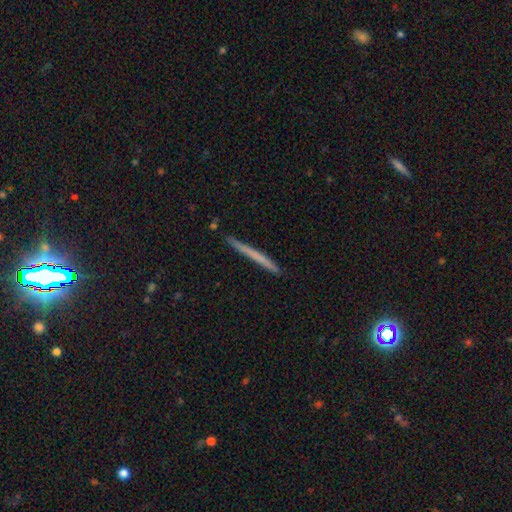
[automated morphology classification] Overall: smooth (55%; featured or disk 40%). How rounded: cigar-shaped (97%). Merging: none (91%).